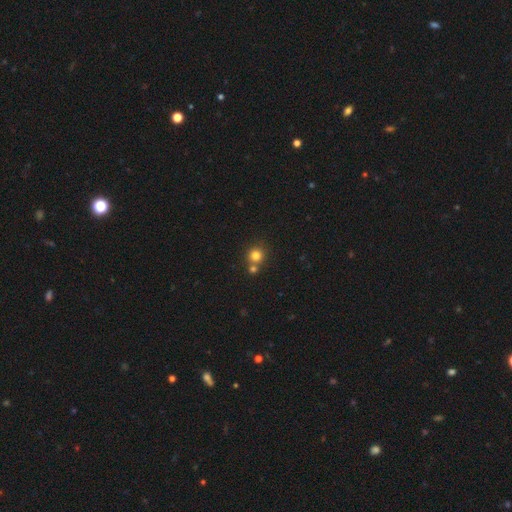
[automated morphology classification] Smooth or featured? smooth (80%)
How rounded? round (92%)
Merging? none (63%)